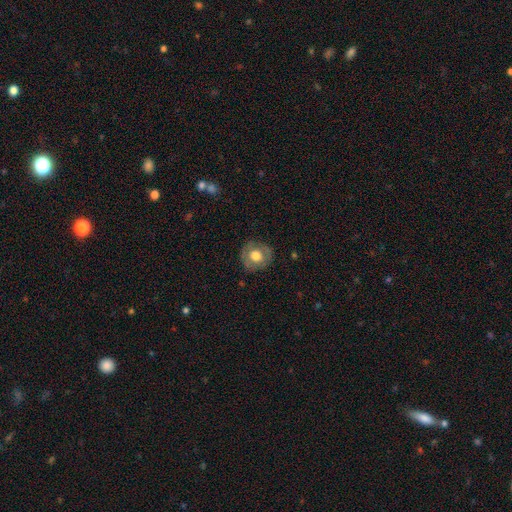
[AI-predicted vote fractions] Smooth or featured: smooth — 60% (featured or disk — 32%)
How rounded: round — 86% (in between — 13%)
Merging: none — 81% (minor disturbance — 13%)